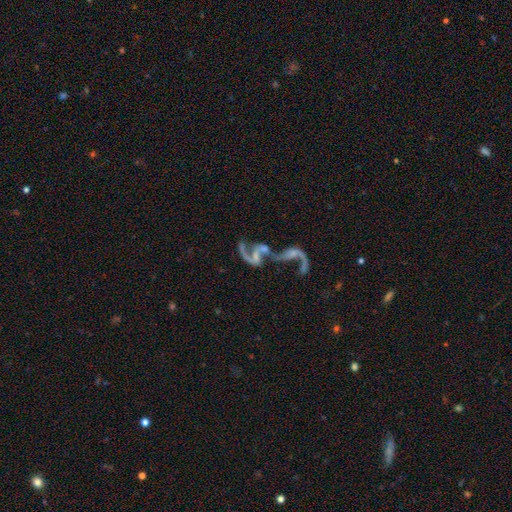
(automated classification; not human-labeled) Smooth or featured? Predicted: featured or disk (p=0.73). Edge-on disk? Predicted: no (p=0.95). Bar? Predicted: no (p=0.60). Spiral arms? Predicted: yes (p=0.70). Bulge size? Predicted: none (p=0.44). Merging? Predicted: merger (p=0.64).